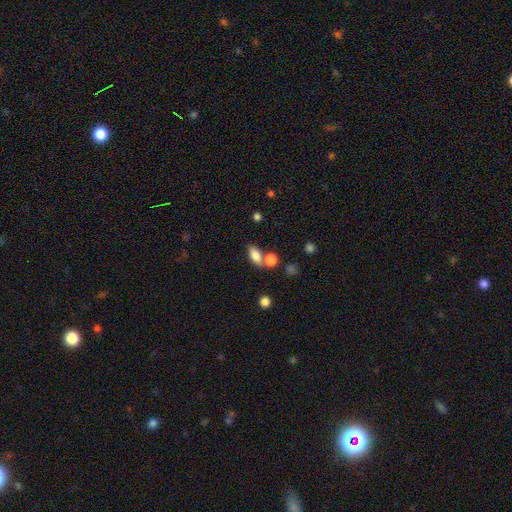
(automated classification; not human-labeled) Smooth or featured? smooth (80%)
How rounded? in between (81%)
Merging? none (54%)